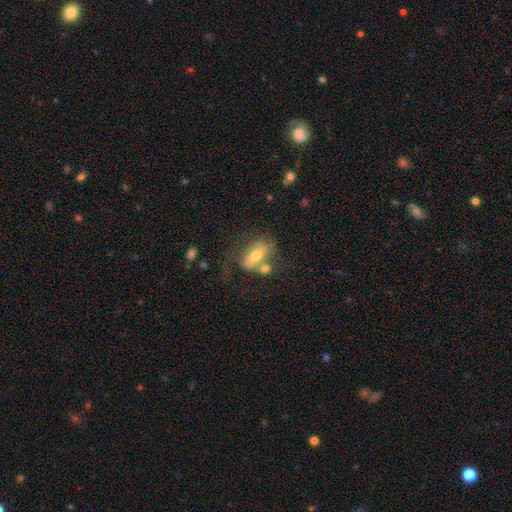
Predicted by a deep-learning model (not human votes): featured or disk 54%, smooth 38%, star or artifact 8%. Down the decision tree: edge-on disk — no (87%); merging — none (44%).